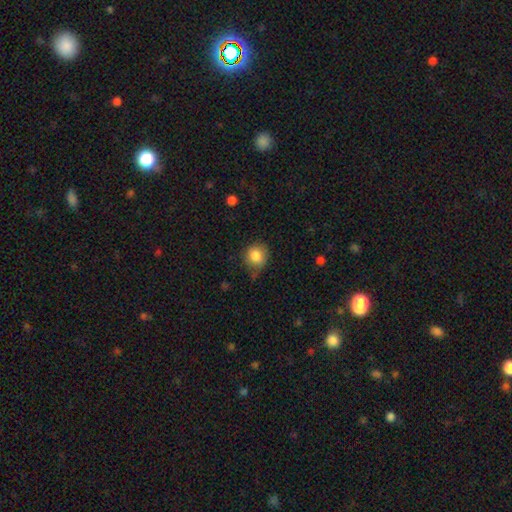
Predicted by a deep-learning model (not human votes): This is clearly a smooth galaxy (84%). How rounded: clearly round (83%). Merging: likely none (69%).